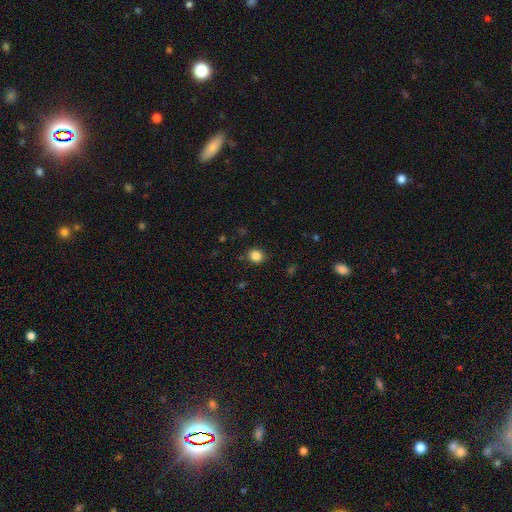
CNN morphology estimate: smooth 84%, star or artifact 11%, featured or disk 4%. Down the decision tree: how rounded — round (72%); merging — none (88%).